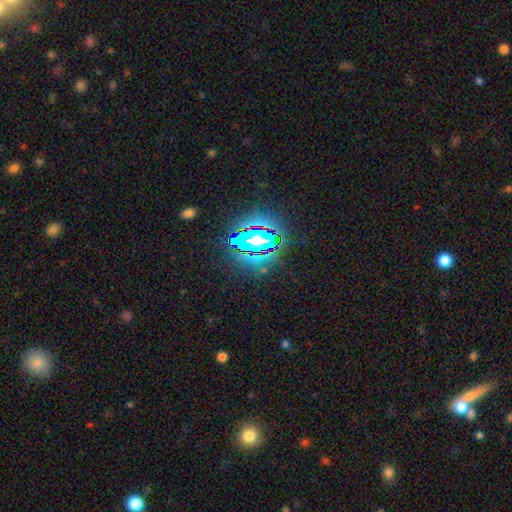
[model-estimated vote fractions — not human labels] Smooth or featured? star or artifact (80%)